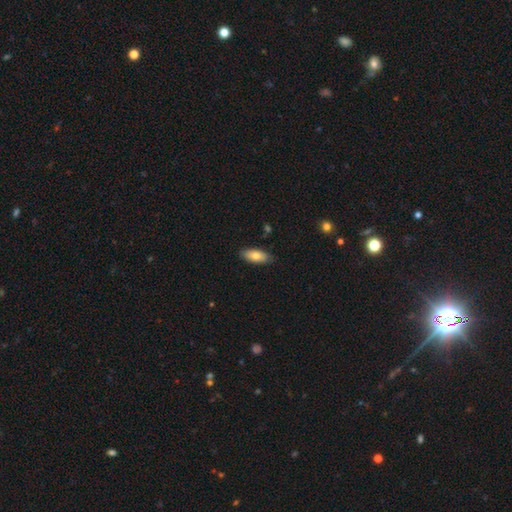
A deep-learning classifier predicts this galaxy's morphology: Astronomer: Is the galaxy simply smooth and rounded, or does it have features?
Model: smooth — 78%.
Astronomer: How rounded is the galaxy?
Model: in between — 86%.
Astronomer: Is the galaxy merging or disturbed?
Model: none — 83%.